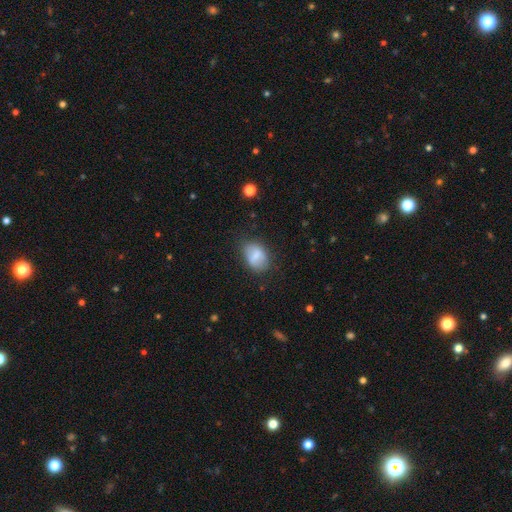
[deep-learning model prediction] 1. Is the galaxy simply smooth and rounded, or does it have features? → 70% smooth, 22% featured or disk, 9% star or artifact.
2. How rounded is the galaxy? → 74% in between, 25% round, 2% cigar-shaped.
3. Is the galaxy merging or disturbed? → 67% none, 23% minor disturbance, 7% major disturbance, 3% merger.